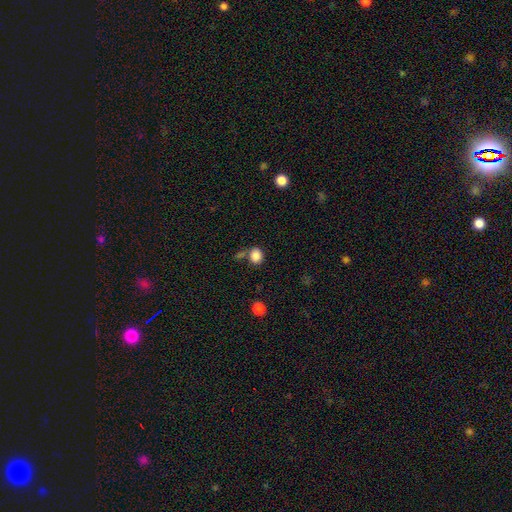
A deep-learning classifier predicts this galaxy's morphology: Overall: smooth (86%). How rounded: round (63%; in between 36%). Merging: none (65%).